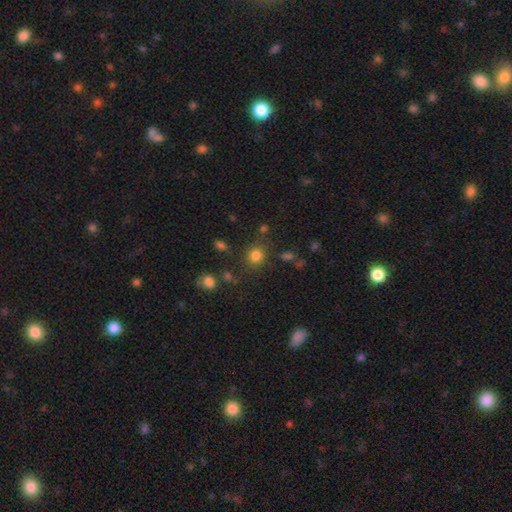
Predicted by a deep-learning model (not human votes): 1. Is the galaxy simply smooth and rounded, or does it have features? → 81% smooth, 14% star or artifact, 6% featured or disk.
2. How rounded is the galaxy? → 80% round, 19% in between, 1% cigar-shaped.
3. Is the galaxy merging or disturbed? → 79% none, 11% minor disturbance, 5% merger, 5% major disturbance.